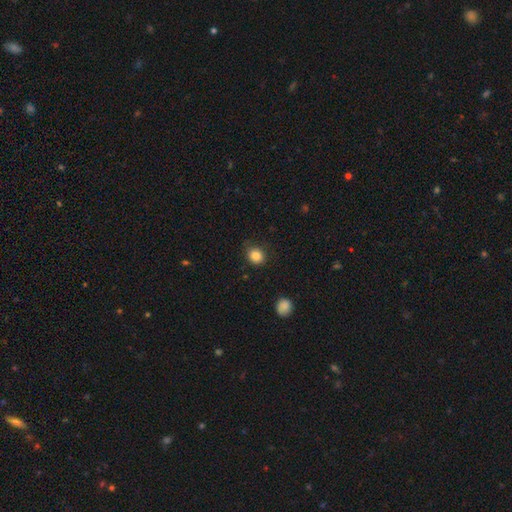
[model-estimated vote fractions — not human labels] Overall: smooth (85%). How rounded: round (71%). Merging: none (81%).